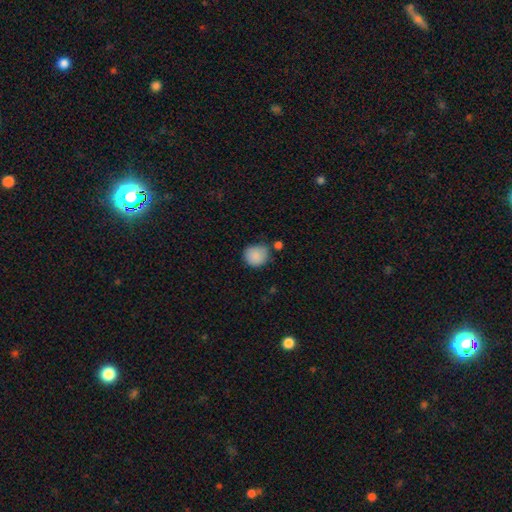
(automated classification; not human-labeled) smooth 88%, star or artifact 7%, featured or disk 4%. Down the decision tree: how rounded — round (83%); merging — none (67%).